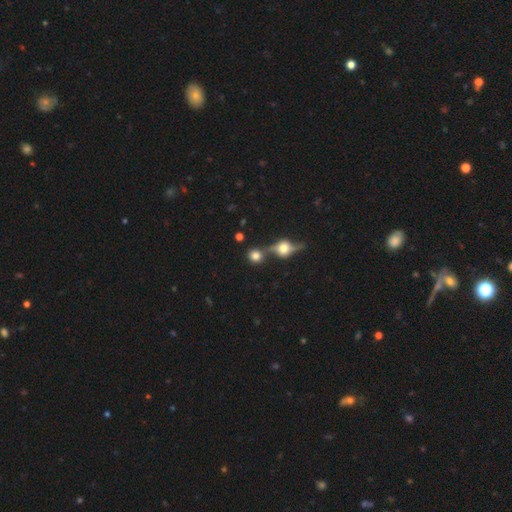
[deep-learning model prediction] A smooth galaxy with no disk features (73%) that is round (87%).

Vote fractions:
- Smooth or featured? smooth: 73% / featured or disk: 16% / star or artifact: 11%
- How rounded? round: 87% / in between: 12% / cigar-shaped: 2%
- Merging? none: 54% / merger: 32% / minor disturbance: 10% / major disturbance: 5%